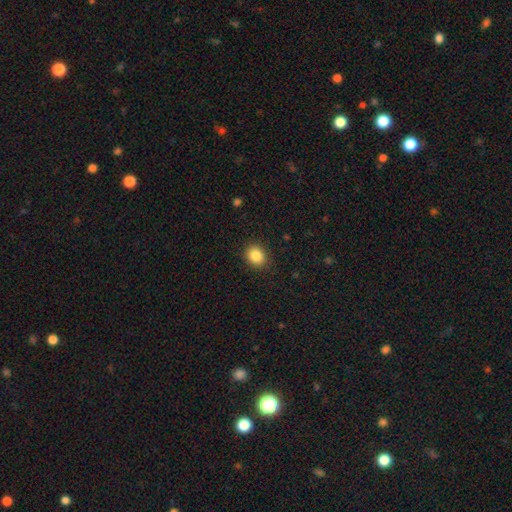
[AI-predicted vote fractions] A smooth galaxy with no disk features (86%) that is round (67%).

Vote fractions:
- Smooth or featured? smooth: 86% / star or artifact: 10% / featured or disk: 5%
- How rounded? round: 67% / in between: 32% / cigar-shaped: 1%
- Merging? none: 89% / minor disturbance: 8% / major disturbance: 2% / merger: 1%